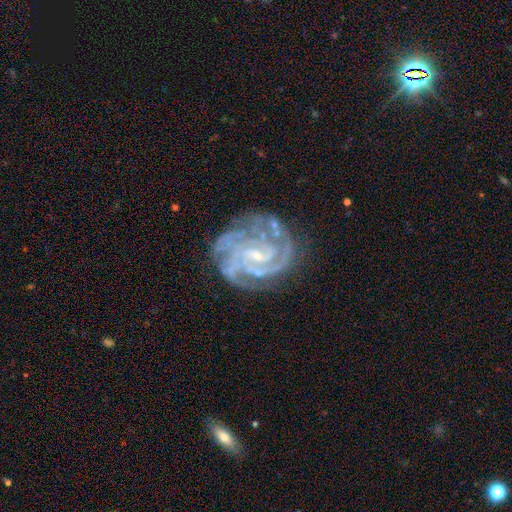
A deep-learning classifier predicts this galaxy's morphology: Smooth or featured?
  - featured or disk: 90% *
  - star or artifact: 6%
  - smooth: 4%
Edge-on disk?
  - no: 98% *
  - yes: 2%
Bar?
  - weak: 45% *
  - no: 37%
  - strong: 19%
Spiral arms?
  - yes: 98% *
  - no: 2%
Spiral winding?
  - tight: 71% *
  - medium: 26%
  - loose: 3%
Spiral arm count?
  - 4: 33% *
  - 3: 25%
  - can't tell: 15%
  - 2: 11%
  - more than 4: 10%
  - 1: 6%
Bulge size?
  - small: 76% *
  - moderate: 16%
  - none: 6%
  - large: 1%
  - dominant: 1%
Merging?
  - none: 72% *
  - minor disturbance: 18%
  - major disturbance: 8%
  - merger: 2%